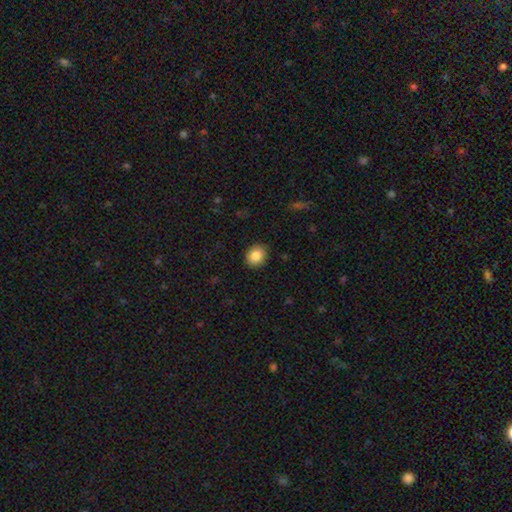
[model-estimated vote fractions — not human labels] Smooth or featured: smooth — 86% (star or artifact — 8%)
How rounded: round — 61% (in between — 38%)
Merging: none — 89% (minor disturbance — 8%)